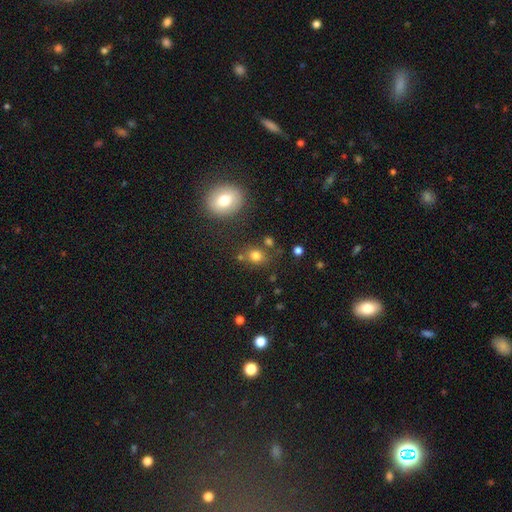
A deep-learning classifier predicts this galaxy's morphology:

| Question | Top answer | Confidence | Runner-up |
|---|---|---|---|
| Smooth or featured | smooth | 77% | star or artifact (15%) |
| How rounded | round | 65% | in between (34%) |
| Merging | none | 73% | minor disturbance (12%) |